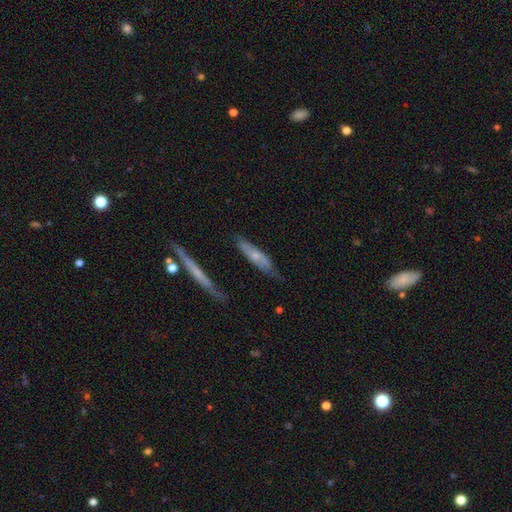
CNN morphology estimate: Smooth or featured: smooth — 49% (featured or disk — 45%)
Merging: none — 67% (minor disturbance — 24%)